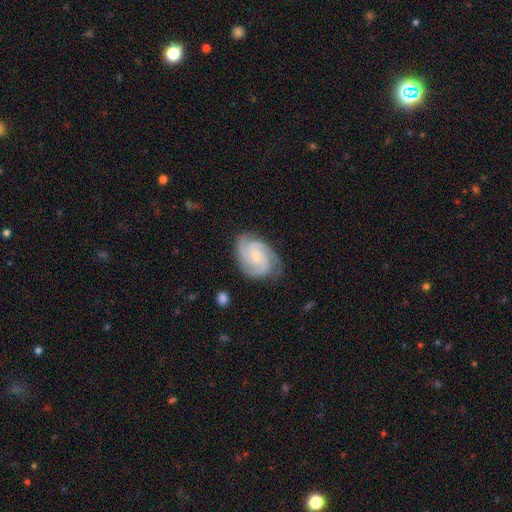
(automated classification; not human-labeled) smooth_or_featured: featured or disk (p=0.88) [alt: smooth p=0.07]
disk_edge_on: no (p=0.98) [alt: yes p=0.02]
bar: no (p=0.72) [alt: weak p=0.24]
has_spiral_arms: yes (p=0.98) [alt: no p=0.02]
spiral_winding: tight (p=0.59) [alt: medium p=0.36]
spiral_arm_count: 3 (p=0.64) [alt: 4 p=0.12]
bulge_size: small (p=0.72) [alt: moderate p=0.24]
merging: none (p=0.78) [alt: minor disturbance p=0.17]